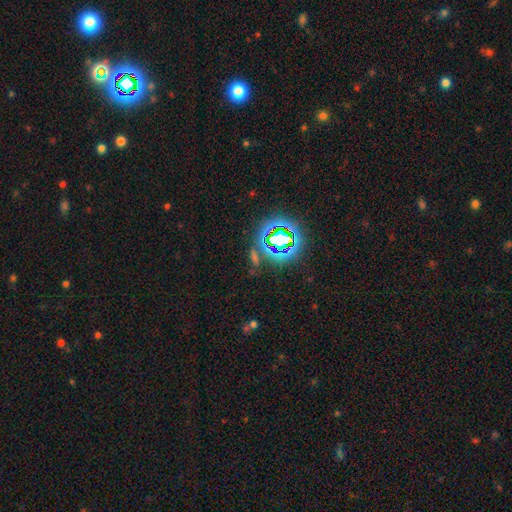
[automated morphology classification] This appears to be a star or artifact, not a galaxy (69%).